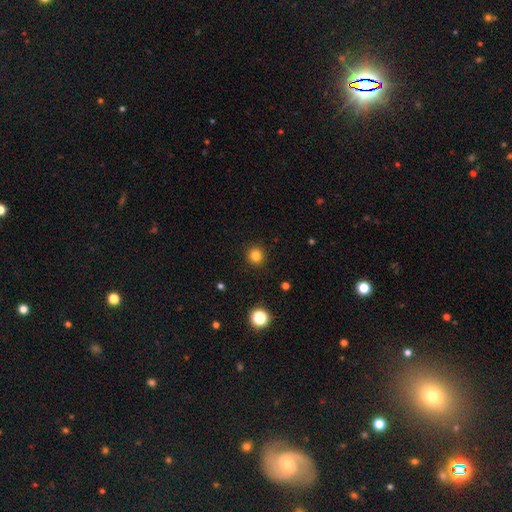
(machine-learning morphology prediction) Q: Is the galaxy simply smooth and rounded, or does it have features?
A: smooth — 82%.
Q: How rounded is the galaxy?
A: round — 94%.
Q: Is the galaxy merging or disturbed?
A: none — 92%.